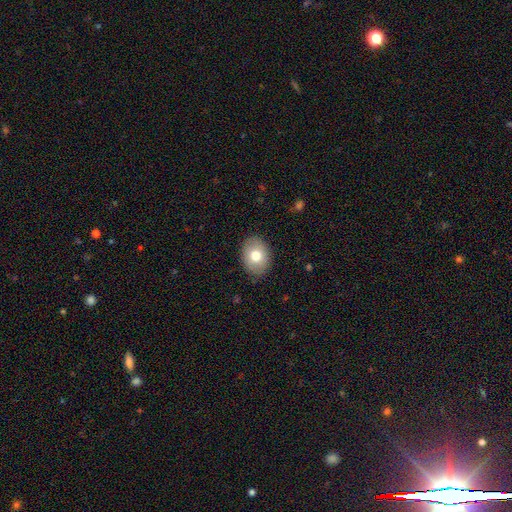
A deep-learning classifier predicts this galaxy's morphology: smooth_or_featured: smooth (p=0.75) [alt: featured or disk p=0.17]
how_rounded: in between (p=0.70) [alt: round p=0.29]
merging: none (p=0.87) [alt: minor disturbance p=0.09]